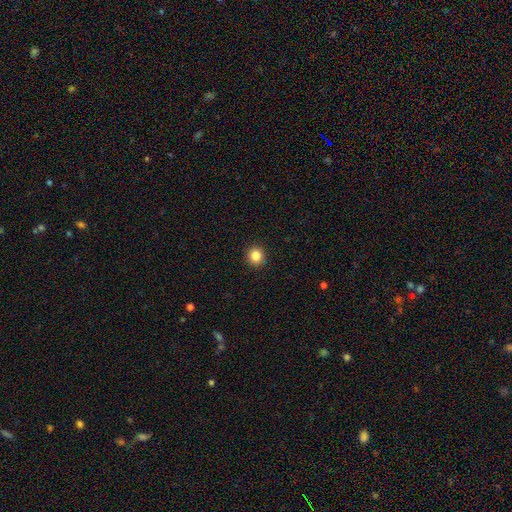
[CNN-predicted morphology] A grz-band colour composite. It shows a smooth galaxy with no disk features (84%) that is round (91%). Merging: none (92%).